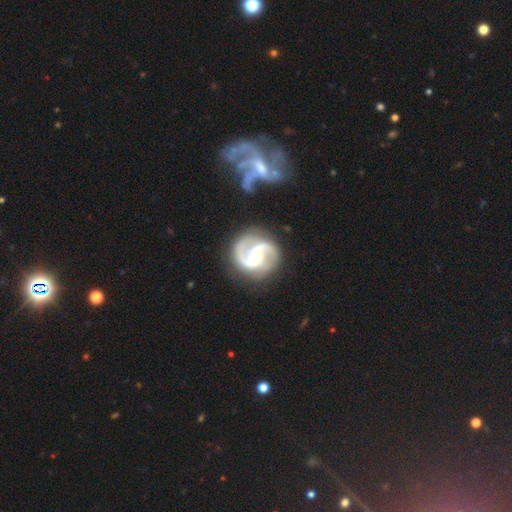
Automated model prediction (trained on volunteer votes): Smooth or featured? Predicted: featured or disk (p=0.91). Edge-on disk? Predicted: no (p=0.98). Bar? Predicted: no (p=0.45). Spiral arms? Predicted: yes (p=0.98). Spiral winding? Predicted: medium (p=0.60). Spiral arm count? Predicted: 2 (p=0.91). Bulge size? Predicted: moderate (p=0.56). Merging? Predicted: none (p=0.81).